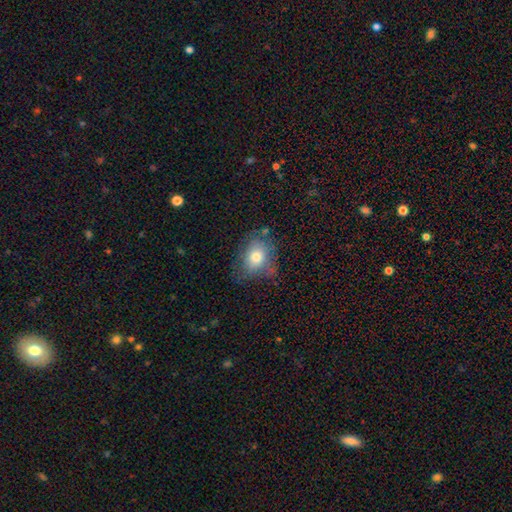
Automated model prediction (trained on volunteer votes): A smooth galaxy with no disk features (72%) that is in between round and cigar-shaped (59%).

Vote fractions:
- Smooth or featured? smooth: 72% / featured or disk: 19% / star or artifact: 9%
- How rounded? in between: 59% / round: 39% / cigar-shaped: 1%
- Merging? none: 59% / minor disturbance: 28% / major disturbance: 10% / merger: 3%